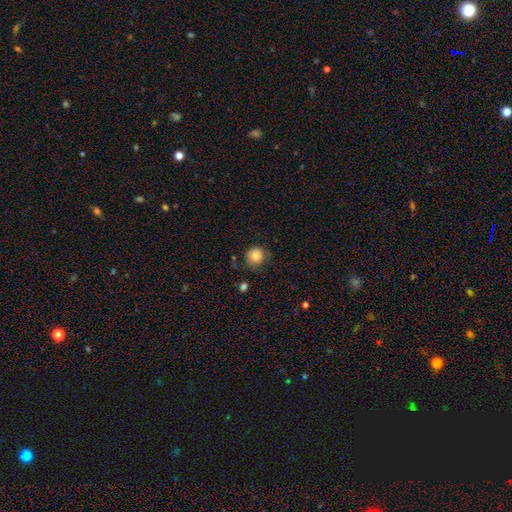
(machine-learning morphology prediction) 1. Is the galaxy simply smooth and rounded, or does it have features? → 83% smooth, 10% star or artifact, 6% featured or disk.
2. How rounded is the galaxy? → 91% round, 8% in between, 1% cigar-shaped.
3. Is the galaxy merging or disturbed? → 77% none, 17% minor disturbance, 4% major disturbance, 2% merger.